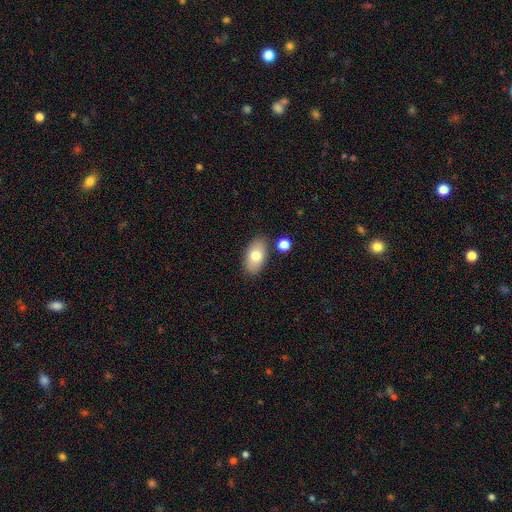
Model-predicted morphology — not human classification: Q: Smooth or featured?
A: smooth (77%); runner-up: featured or disk (16%)
Q: How rounded?
A: in between (92%); runner-up: round (5%)
Q: Merging?
A: none (82%); runner-up: minor disturbance (11%)